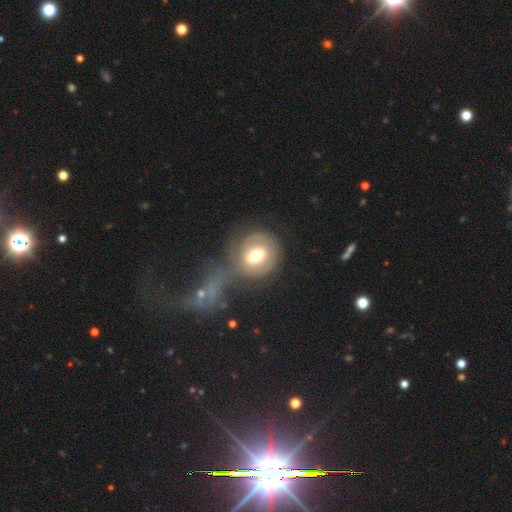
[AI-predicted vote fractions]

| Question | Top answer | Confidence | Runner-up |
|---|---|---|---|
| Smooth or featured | smooth | 51% | featured or disk (42%) |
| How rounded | round | 77% | in between (22%) |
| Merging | none | 35% | merger (31%) |